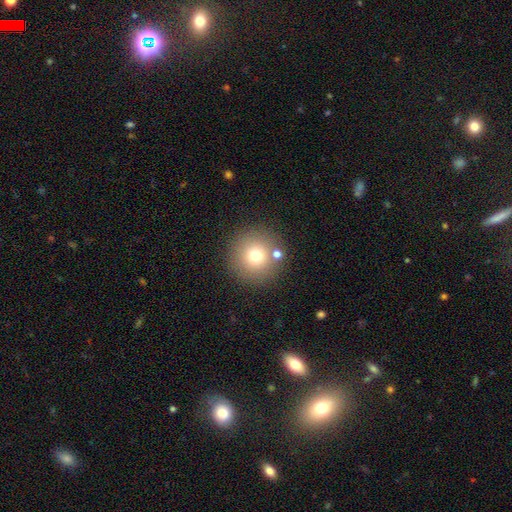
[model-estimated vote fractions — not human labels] The model was most divided on "smooth or featured": smooth: 74%, star or artifact: 14%, featured or disk: 13%. More confident: how rounded — round (95%); merging — none (82%).